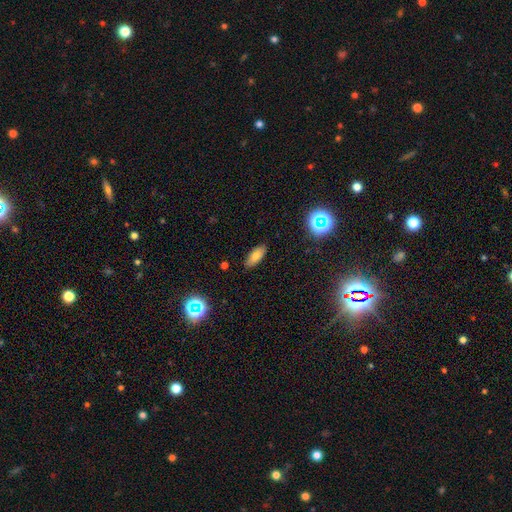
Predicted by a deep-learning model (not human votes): Smooth or featured: smooth — 75% (featured or disk — 14%)
How rounded: in between — 79% (cigar-shaped — 18%)
Merging: none — 87% (minor disturbance — 9%)